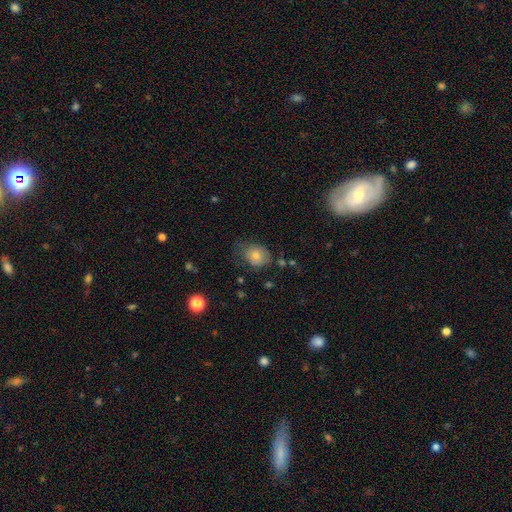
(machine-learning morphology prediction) Q: Smooth or featured?
A: smooth (73%); runner-up: featured or disk (17%)
Q: How rounded?
A: round (58%); runner-up: in between (41%)
Q: Merging?
A: none (55%); runner-up: minor disturbance (30%)